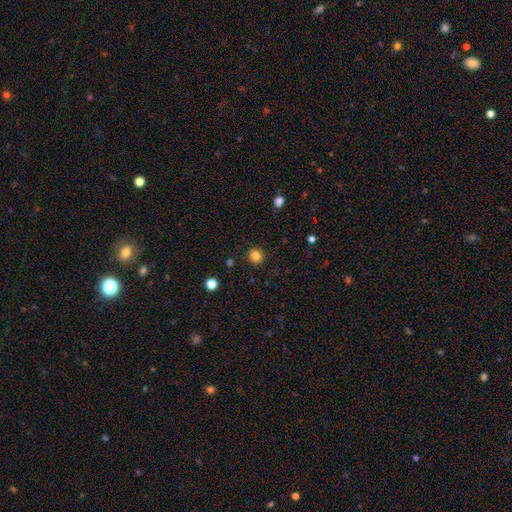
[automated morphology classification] This appears to be a smooth galaxy with no disk features (83%) that is round (93%). Merging: none (91%).